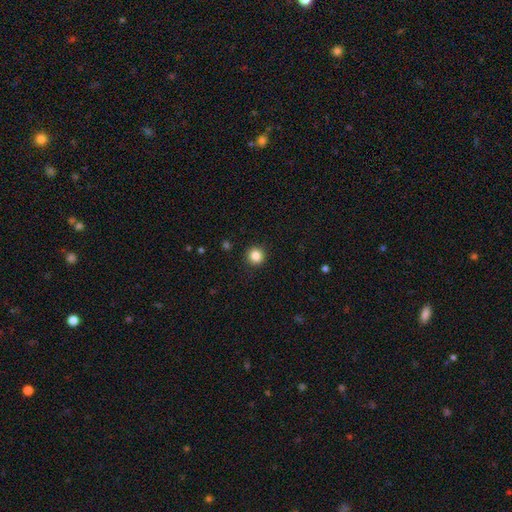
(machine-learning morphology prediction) type=smooth (85%); roundness=round (94%); merging=none (92%).